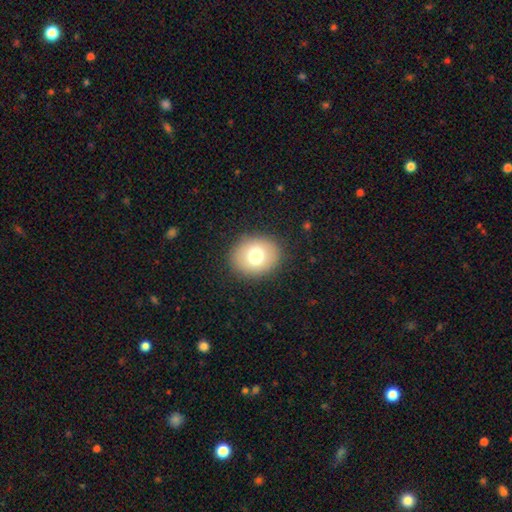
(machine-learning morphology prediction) This appears to be a smooth galaxy with no disk features (74%) that is round (67%). Merging: none (88%).